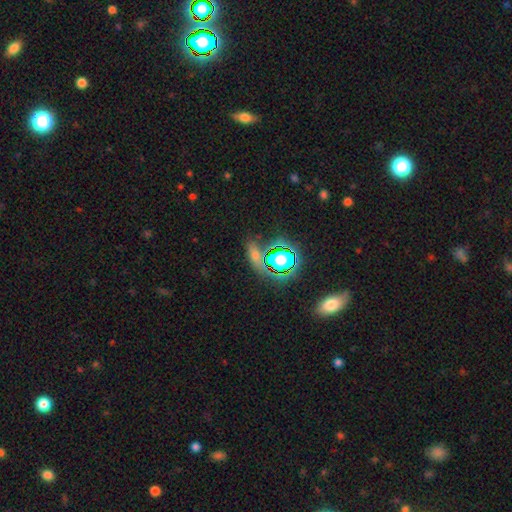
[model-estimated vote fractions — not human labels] Smooth or featured: smooth — 44% (star or artifact — 40%)
Merging: none — 72% (minor disturbance — 14%)